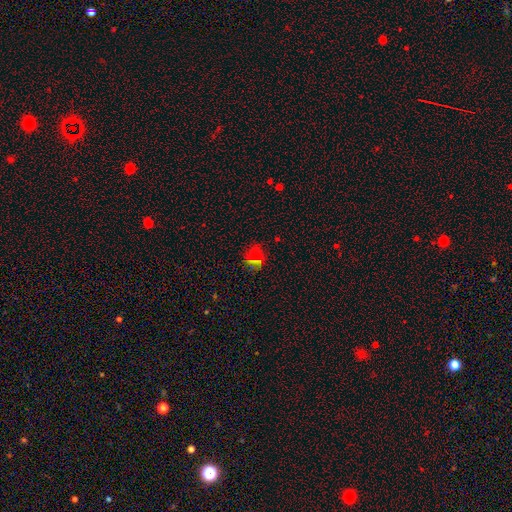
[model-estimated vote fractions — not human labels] The model was most divided on "smooth or featured": smooth: 59%, star or artifact: 33%, featured or disk: 8%. More confident: merging — none (81%); how rounded — round (70%).